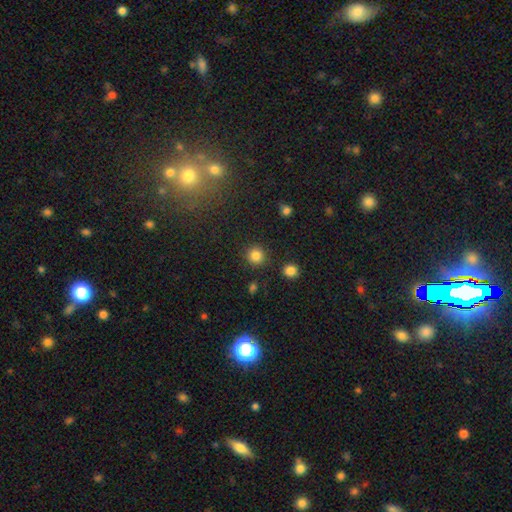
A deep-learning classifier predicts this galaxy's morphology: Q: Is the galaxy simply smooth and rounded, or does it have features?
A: smooth — 84%.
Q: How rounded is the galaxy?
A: round — 93%.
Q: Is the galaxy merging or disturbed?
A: none — 89%.